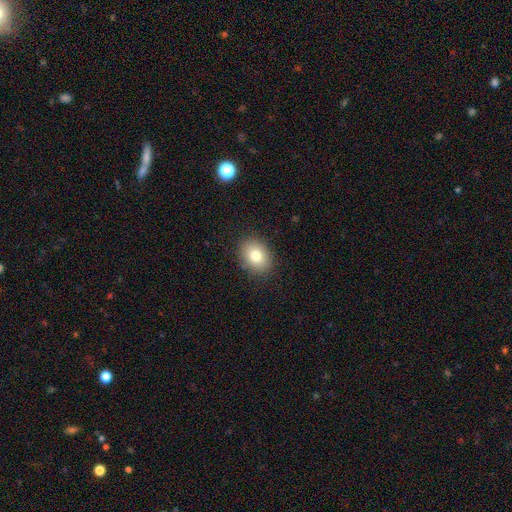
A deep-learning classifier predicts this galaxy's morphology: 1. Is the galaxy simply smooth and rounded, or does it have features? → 80% smooth, 10% featured or disk, 9% star or artifact.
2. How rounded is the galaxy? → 56% in between, 43% round, 1% cigar-shaped.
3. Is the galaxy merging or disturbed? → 87% none, 9% minor disturbance, 2% major disturbance, 1% merger.